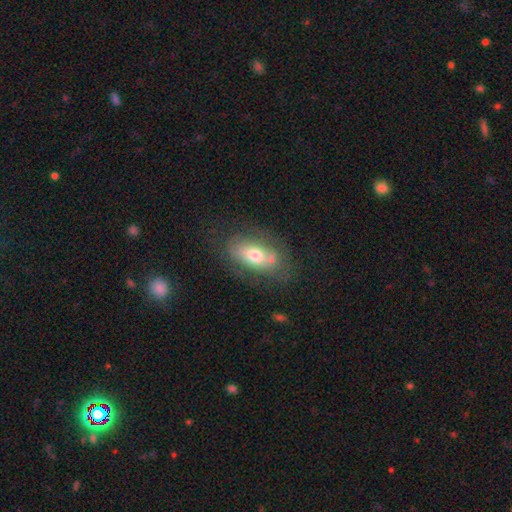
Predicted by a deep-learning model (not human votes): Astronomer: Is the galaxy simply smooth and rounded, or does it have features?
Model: smooth — 54% (runner-up: featured or disk, 38%).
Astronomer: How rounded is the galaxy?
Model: in between — 88%.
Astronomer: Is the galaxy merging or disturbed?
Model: none — 61%.